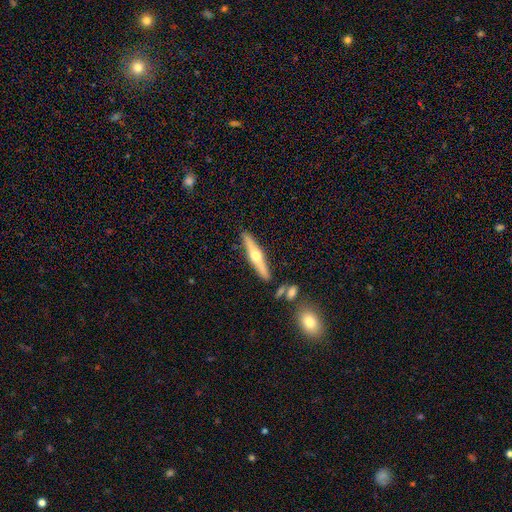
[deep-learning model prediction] Smooth or featured?
  - featured or disk: 66% *
  - smooth: 28%
  - star or artifact: 6%
Edge-on disk?
  - yes: 96% *
  - no: 4%
Edge-on bulge?
  - rounded: 94% *
  - none: 4%
  - boxy: 2%
Merging?
  - none: 87% *
  - minor disturbance: 8%
  - merger: 3%
  - major disturbance: 2%